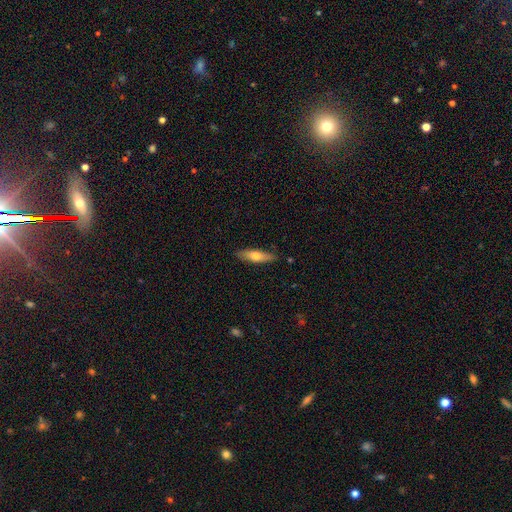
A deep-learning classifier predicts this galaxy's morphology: Smooth or featured?
  - smooth: 61% *
  - featured or disk: 33%
  - star or artifact: 6%
How rounded?
  - cigar-shaped: 67% *
  - in between: 31%
  - round: 2%
Merging?
  - none: 85% *
  - minor disturbance: 11%
  - major disturbance: 2%
  - merger: 1%